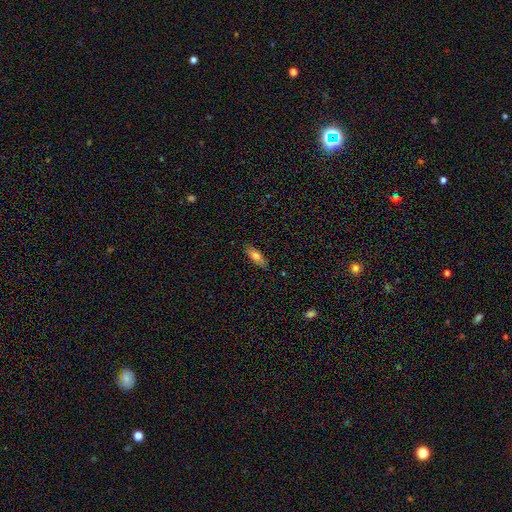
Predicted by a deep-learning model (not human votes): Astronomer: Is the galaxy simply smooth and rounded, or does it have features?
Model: smooth — 68%.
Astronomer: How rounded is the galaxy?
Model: in between — 53% (runner-up: cigar-shaped, 44%).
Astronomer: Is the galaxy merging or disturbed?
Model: none — 84%.